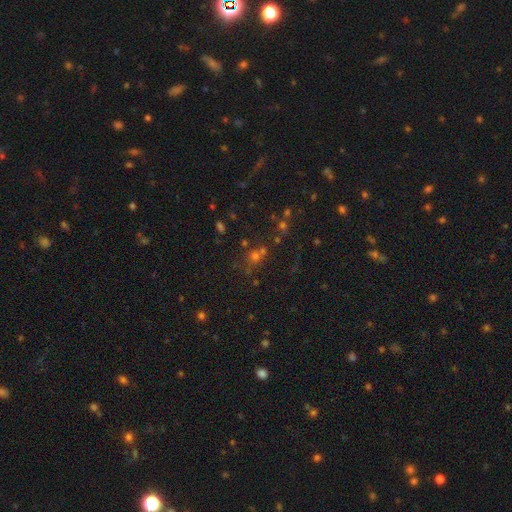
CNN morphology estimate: smooth-or-featured: star or artifact: 44% | smooth: 43% | featured or disk: 12%